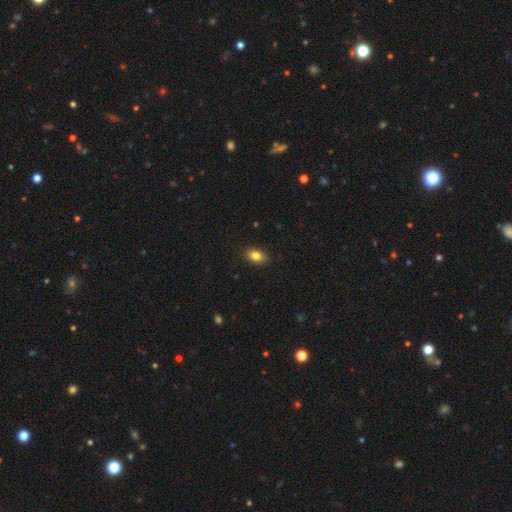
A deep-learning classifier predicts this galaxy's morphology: Smooth or featured? smooth (83%)
How rounded? in between (80%)
Merging? none (89%)